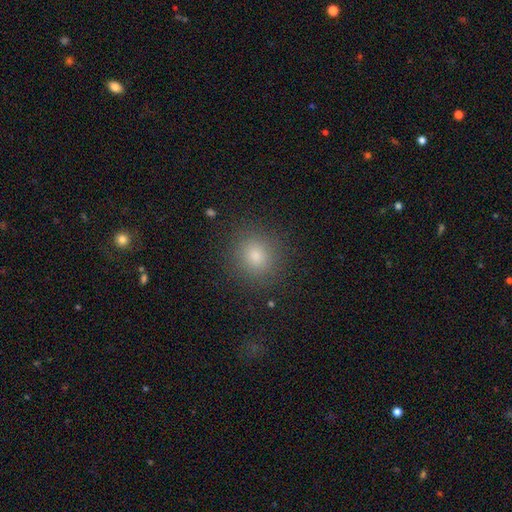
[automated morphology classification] Smooth or featured: smooth — 80% (star or artifact — 14%)
How rounded: round — 84% (in between — 15%)
Merging: none — 88% (minor disturbance — 8%)